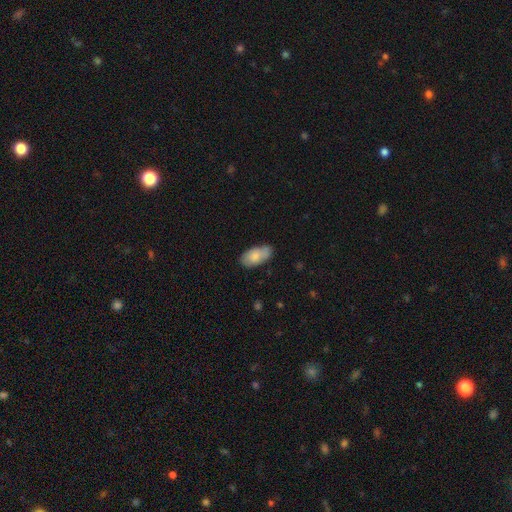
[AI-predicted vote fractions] Smooth or featured? Predicted: smooth (p=0.77). How rounded? Predicted: in between (p=0.93). Merging? Predicted: none (p=0.69).